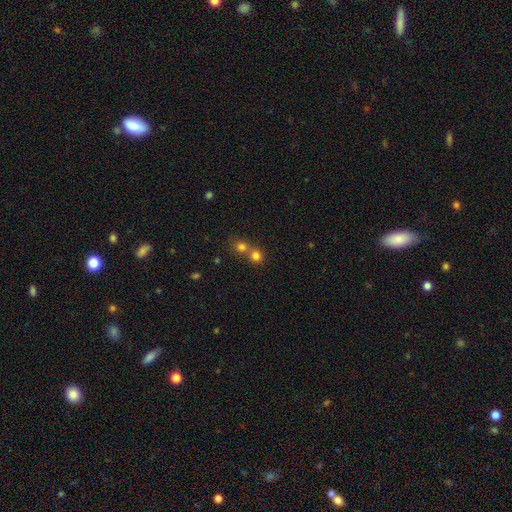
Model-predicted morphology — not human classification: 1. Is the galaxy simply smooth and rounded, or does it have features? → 77% smooth, 16% star or artifact, 8% featured or disk.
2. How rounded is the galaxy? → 89% round, 10% in between, 1% cigar-shaped.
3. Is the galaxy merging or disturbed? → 47% none (tied), 47% merger (tied), 5% minor disturbance, 2% major disturbance.